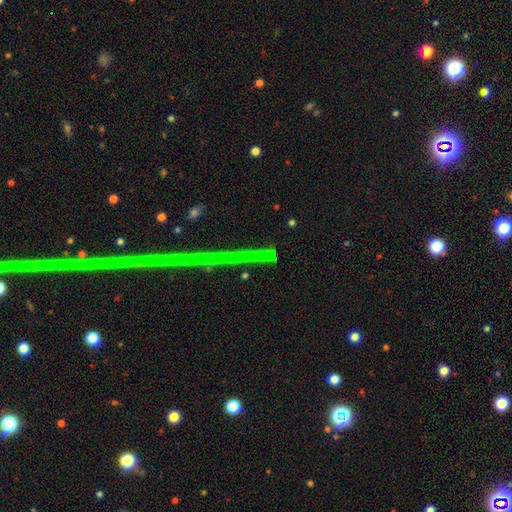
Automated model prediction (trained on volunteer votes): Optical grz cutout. It shows a star or artifact, not a galaxy (72%).